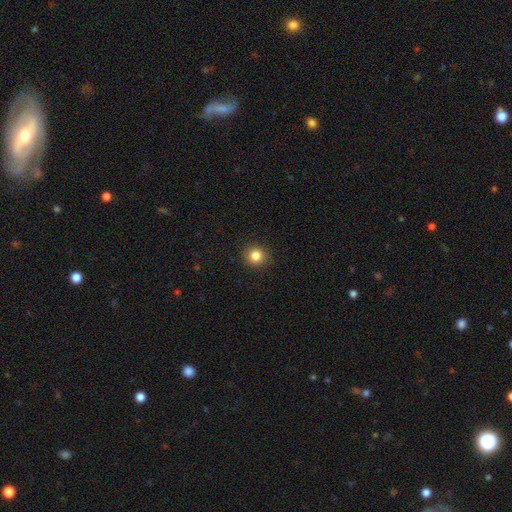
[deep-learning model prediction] Smooth or featured: smooth — 84% (star or artifact — 11%)
How rounded: round — 90% (in between — 10%)
Merging: none — 91% (minor disturbance — 6%)